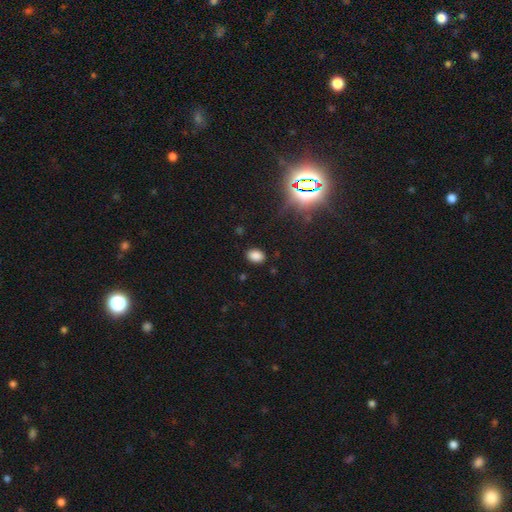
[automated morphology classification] A smooth galaxy with no disk features (81%) that is in between round and cigar-shaped (83%). Merging: none (87%).